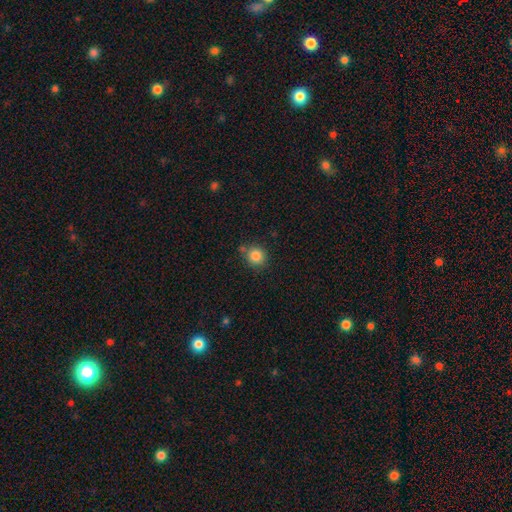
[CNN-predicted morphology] Q: Smooth or featured?
A: smooth (85%); runner-up: star or artifact (10%)
Q: How rounded?
A: round (88%); runner-up: in between (11%)
Q: Merging?
A: none (77%); runner-up: minor disturbance (12%)